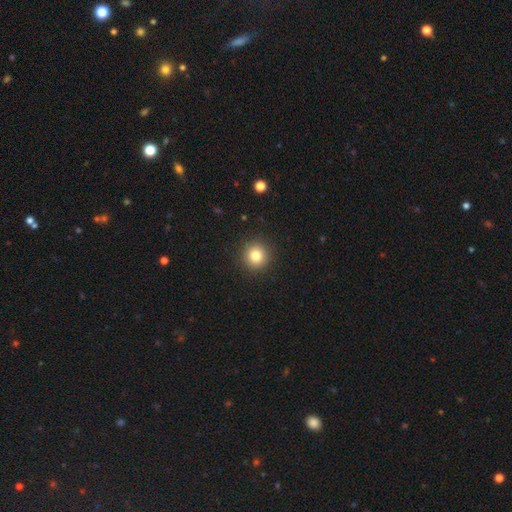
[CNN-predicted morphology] Smooth or featured? Predicted: smooth (p=0.82). How rounded? Predicted: round (p=0.94). Merging? Predicted: none (p=0.92).